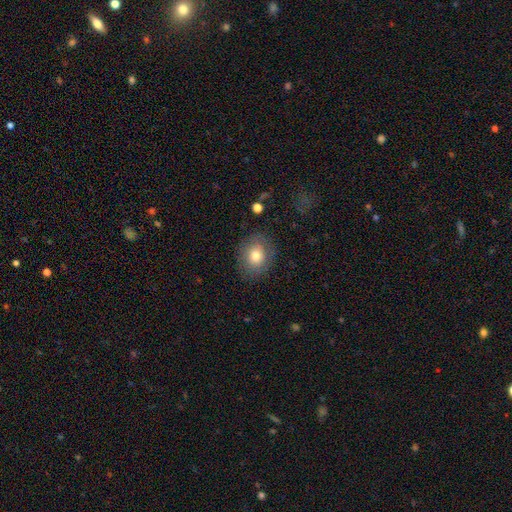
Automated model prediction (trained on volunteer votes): Morphology: type=smooth (75%); roundness=round (64%); merging=none (83%).